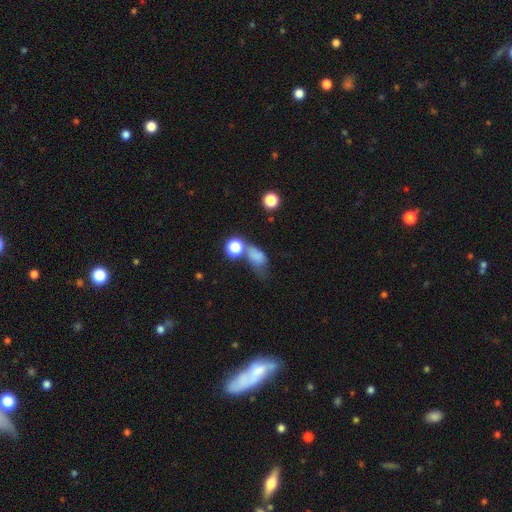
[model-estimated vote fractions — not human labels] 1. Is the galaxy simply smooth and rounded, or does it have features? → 73% smooth, 14% star or artifact, 13% featured or disk.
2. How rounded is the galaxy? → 71% in between, 25% round, 4% cigar-shaped.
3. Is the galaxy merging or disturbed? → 28% none, 27% merger, 24% major disturbance, 22% minor disturbance.